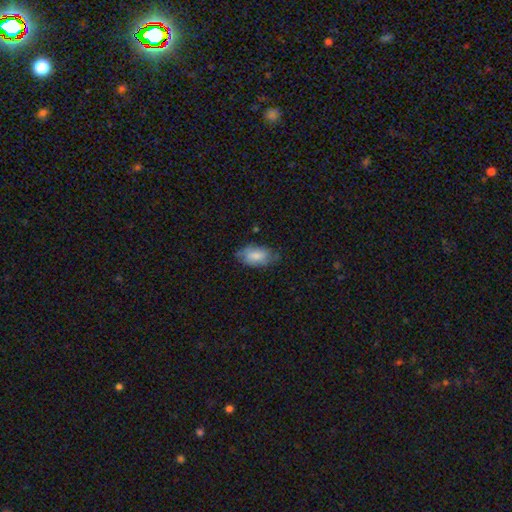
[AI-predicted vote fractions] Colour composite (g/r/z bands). It shows a smooth galaxy with no disk features (79%) that is in between round and cigar-shaped (93%). Merging: none (65%).